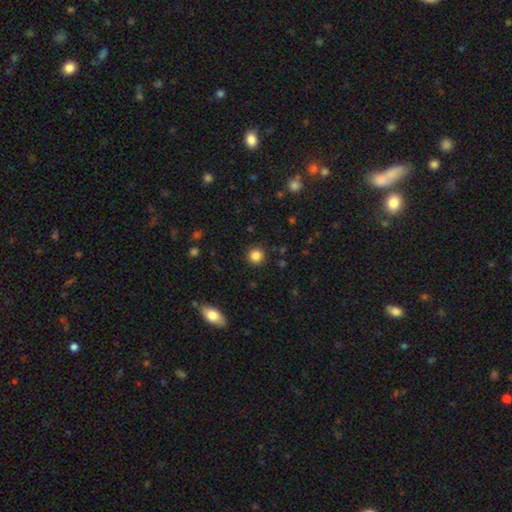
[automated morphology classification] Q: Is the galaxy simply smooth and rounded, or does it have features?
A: smooth — 85%.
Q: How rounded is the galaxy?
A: round — 94%.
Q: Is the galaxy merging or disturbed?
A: none — 91%.